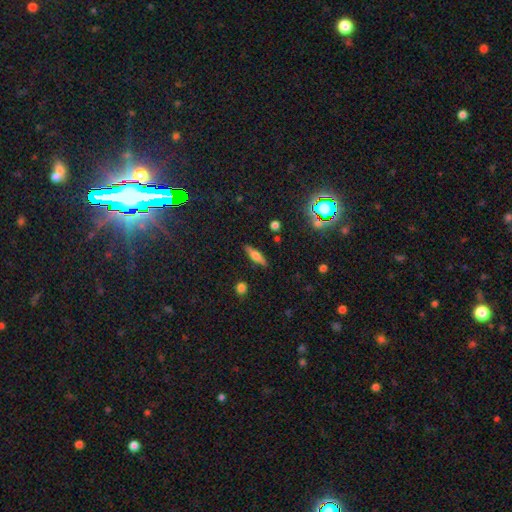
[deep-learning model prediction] A smooth galaxy with no disk features (49%).

Vote fractions:
- Smooth or featured? smooth: 49% / featured or disk: 41% / star or artifact: 10%
- Merging? none: 87% / minor disturbance: 9% / major disturbance: 2% / merger: 2%